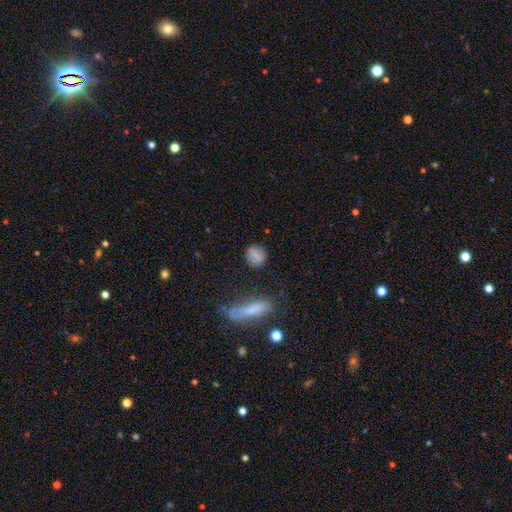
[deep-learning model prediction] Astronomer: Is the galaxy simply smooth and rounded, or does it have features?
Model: smooth — 75%.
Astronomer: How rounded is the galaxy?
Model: round — 64%.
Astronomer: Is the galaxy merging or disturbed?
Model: none — 79%.